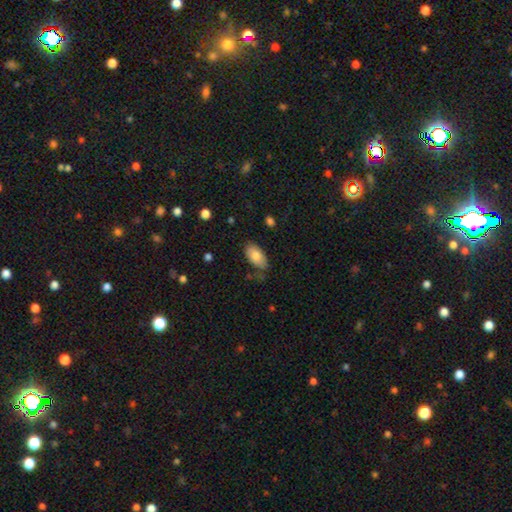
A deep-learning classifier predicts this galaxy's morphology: smooth 80%, featured or disk 13%, star or artifact 6%. Down the decision tree: how rounded — in between (94%); merging — none (69%).